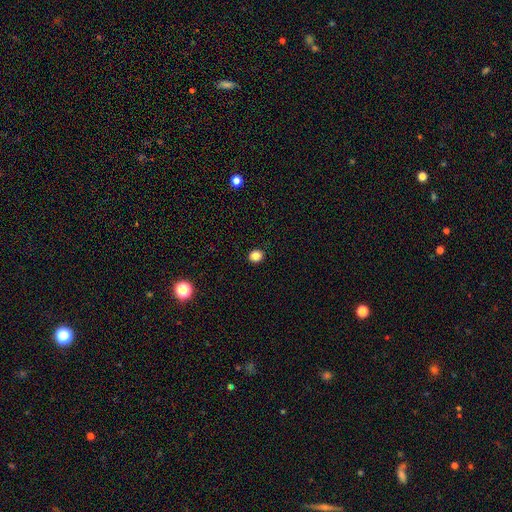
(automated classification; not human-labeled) Smooth or featured? Predicted: smooth (p=0.84). How rounded? Predicted: round (p=0.77). Merging? Predicted: none (p=0.91).